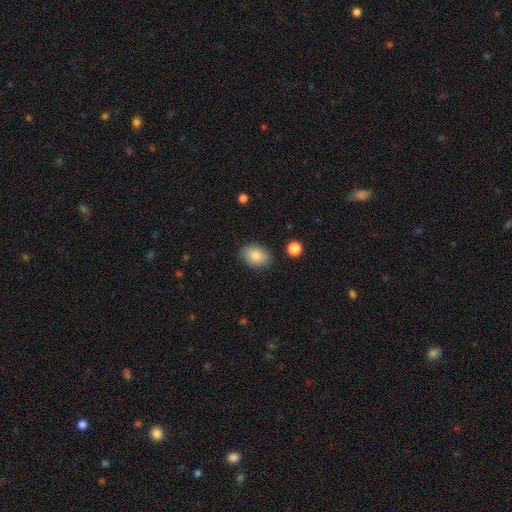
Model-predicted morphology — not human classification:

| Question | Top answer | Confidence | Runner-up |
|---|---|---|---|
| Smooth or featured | smooth | 86% | star or artifact (7%) |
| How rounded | in between | 78% | round (21%) |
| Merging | none | 84% | minor disturbance (11%) |